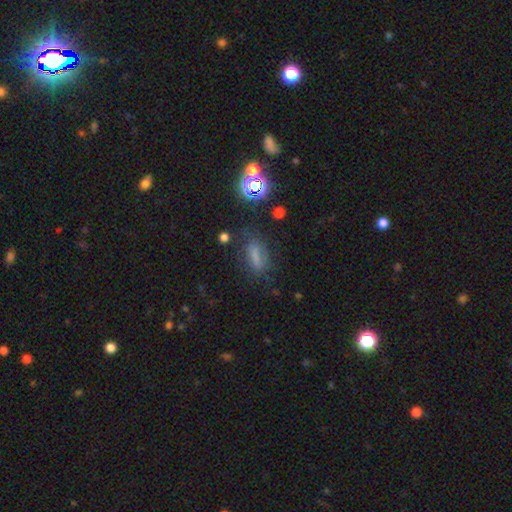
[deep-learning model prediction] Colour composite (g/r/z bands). It shows a smooth galaxy with no disk features (56%) that is in between round and cigar-shaped (55%). Merging: none (65%).